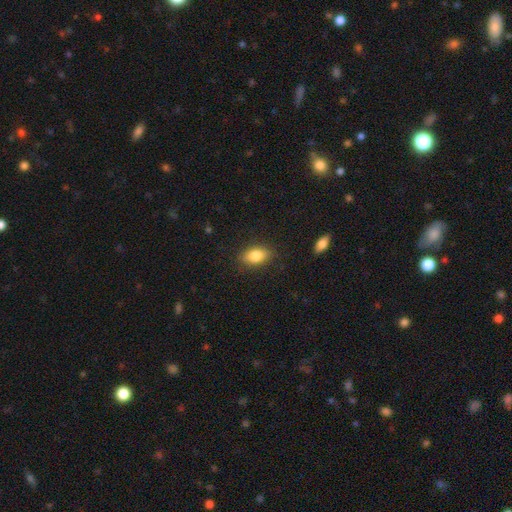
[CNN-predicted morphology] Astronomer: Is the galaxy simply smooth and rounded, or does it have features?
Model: smooth — 83%.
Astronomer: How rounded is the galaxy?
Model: in between — 86%.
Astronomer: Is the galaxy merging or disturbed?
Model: none — 85%.